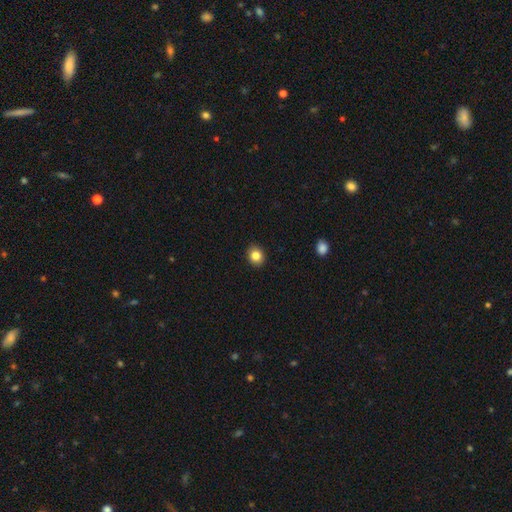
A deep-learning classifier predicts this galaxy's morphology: Overall: smooth (84%). How rounded: round (65%; in between 35%). Merging: none (91%).